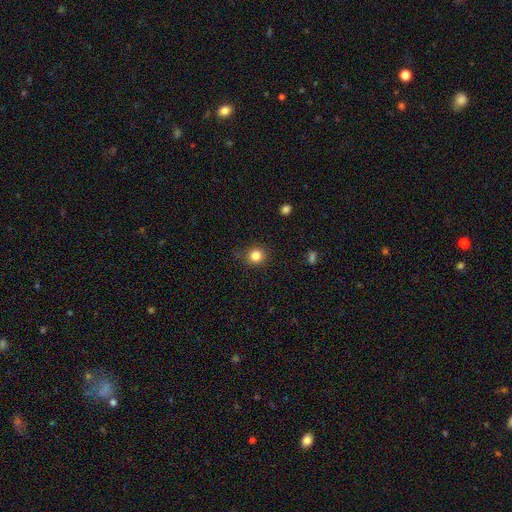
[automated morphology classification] Q: Smooth or featured?
A: smooth (84%); runner-up: star or artifact (12%)
Q: How rounded?
A: round (88%); runner-up: in between (11%)
Q: Merging?
A: none (85%); runner-up: minor disturbance (11%)